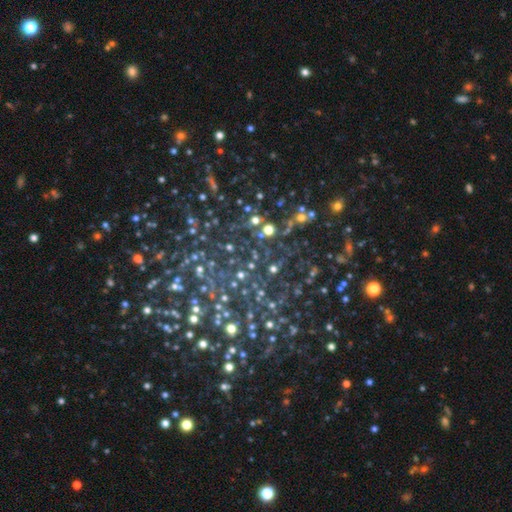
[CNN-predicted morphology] The model was most divided on "smooth or featured": star or artifact: 65%, smooth: 22%, featured or disk: 13%.